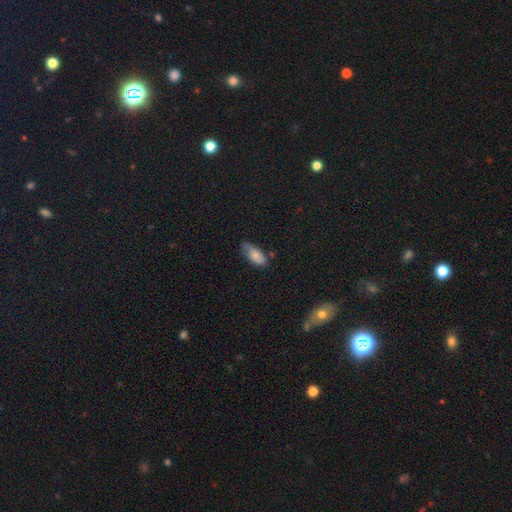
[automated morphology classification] smooth-or-featured: smooth: 79% | featured or disk: 14% | star or artifact: 7%
  how-rounded: in between: 88% | cigar-shaped: 10% | round: 2%
  merging: none: 55% | minor disturbance: 36% | major disturbance: 6% | merger: 3%